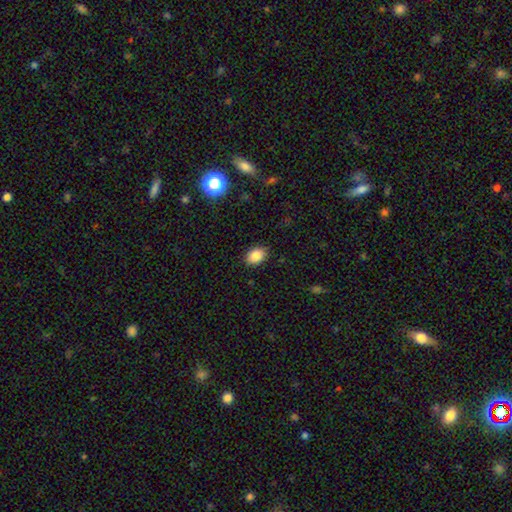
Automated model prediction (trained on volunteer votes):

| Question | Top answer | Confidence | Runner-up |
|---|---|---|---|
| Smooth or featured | smooth | 85% | star or artifact (9%) |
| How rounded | in between | 73% | round (26%) |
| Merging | none | 86% | minor disturbance (10%) |